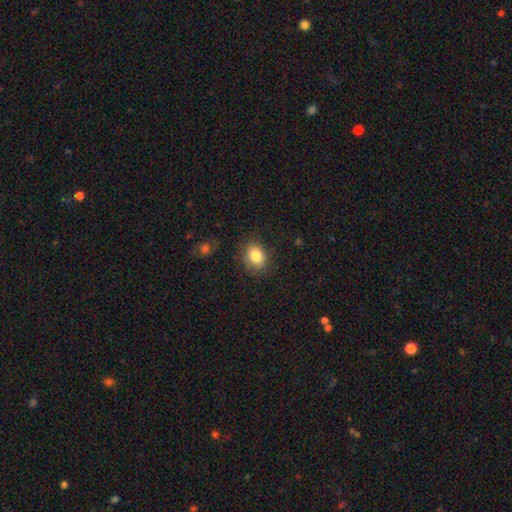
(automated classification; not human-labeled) Smooth or featured? Predicted: smooth (p=0.82). How rounded? Predicted: in between (p=0.53). Merging? Predicted: none (p=0.80).